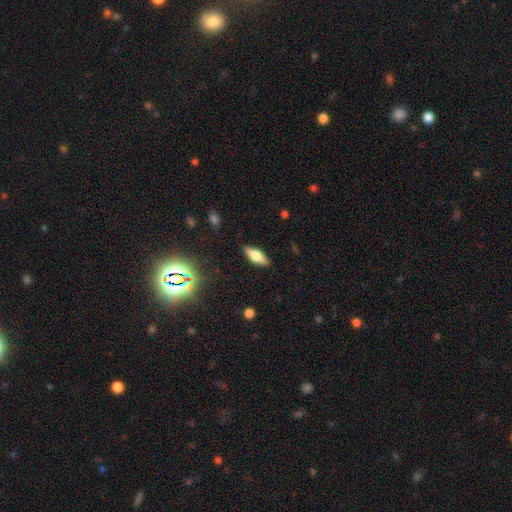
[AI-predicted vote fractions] The model was most divided on "smooth or featured": smooth: 54%, featured or disk: 37%, star or artifact: 9%. More confident: merging — none (87%); how rounded — in between (62%).